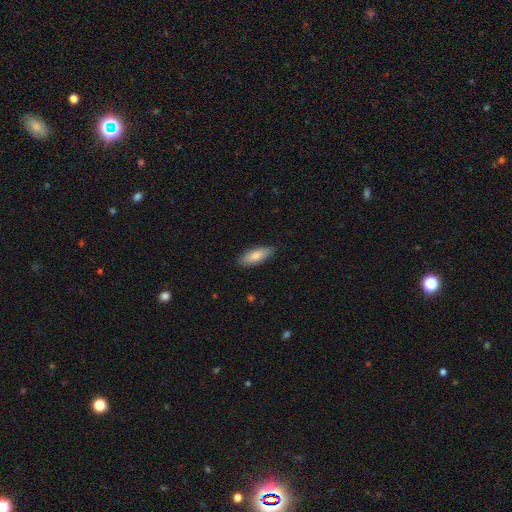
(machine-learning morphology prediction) The model was most divided on "how rounded": in between: 71%, cigar-shaped: 27%, round: 2%. More confident: merging — none (86%); smooth or featured — smooth (83%).